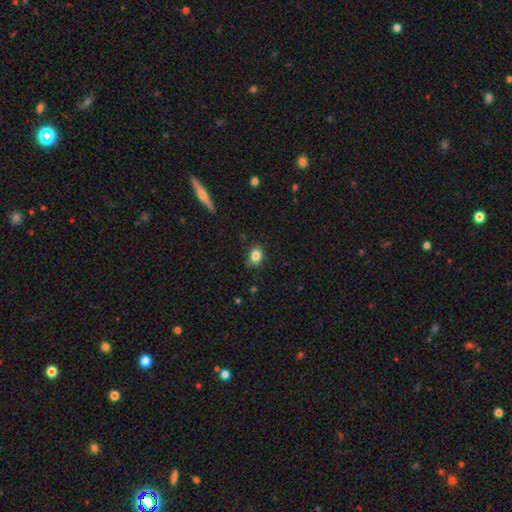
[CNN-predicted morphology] Smooth or featured? smooth (84%)
How rounded? in between (58%)
Merging? none (80%)